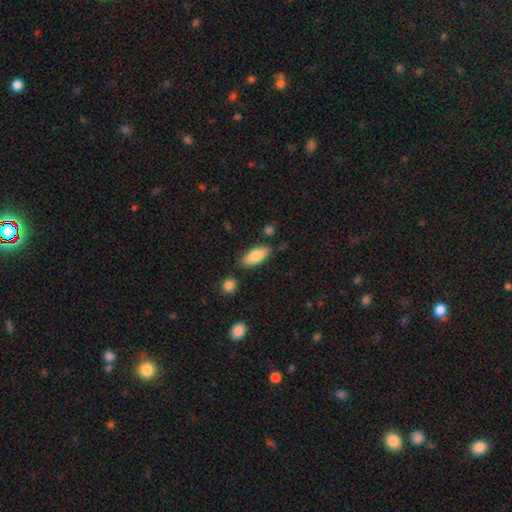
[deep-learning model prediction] A smooth galaxy with no disk features (81%) that is in between round and cigar-shaped (84%).

Vote fractions:
- Smooth or featured? smooth: 81% / featured or disk: 13% / star or artifact: 6%
- How rounded? in between: 84% / cigar-shaped: 13% / round: 2%
- Merging? none: 79% / minor disturbance: 13% / merger: 5% / major disturbance: 3%